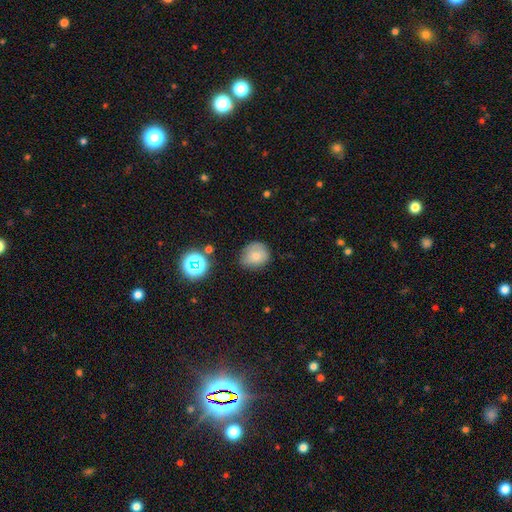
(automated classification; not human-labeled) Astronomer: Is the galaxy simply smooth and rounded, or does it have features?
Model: smooth — 74%.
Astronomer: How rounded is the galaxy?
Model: round — 74%.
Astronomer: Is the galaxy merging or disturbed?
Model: none — 66%.